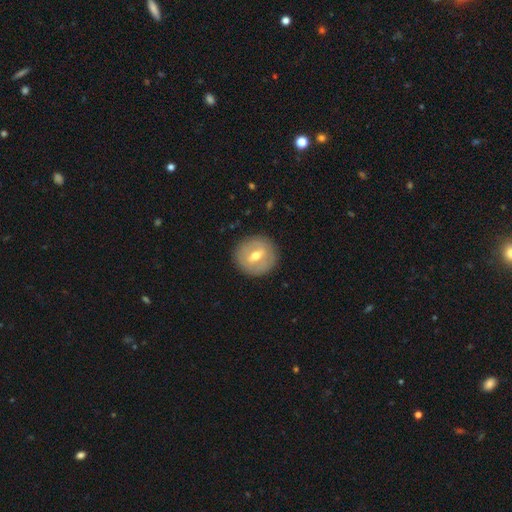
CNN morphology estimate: Smooth or featured? featured or disk (57%)
Edge-on disk? no (92%)
Bar? weak (51%)
Spiral arms? no (70%)
Bulge size? moderate (74%)
Merging? none (87%)